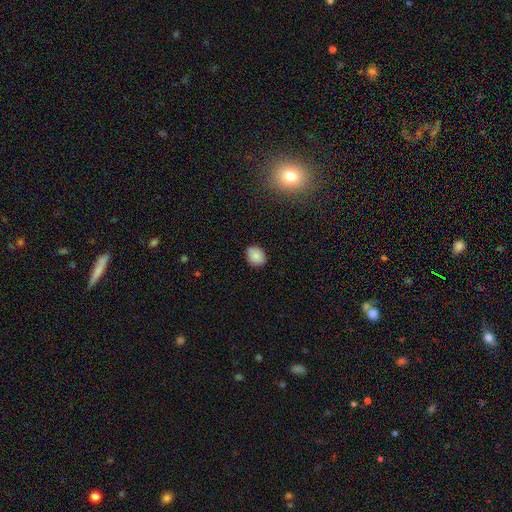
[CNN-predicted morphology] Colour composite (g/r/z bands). It shows a smooth galaxy with no disk features (85%) that is in between round and cigar-shaped (50%). Merging: none (84%).